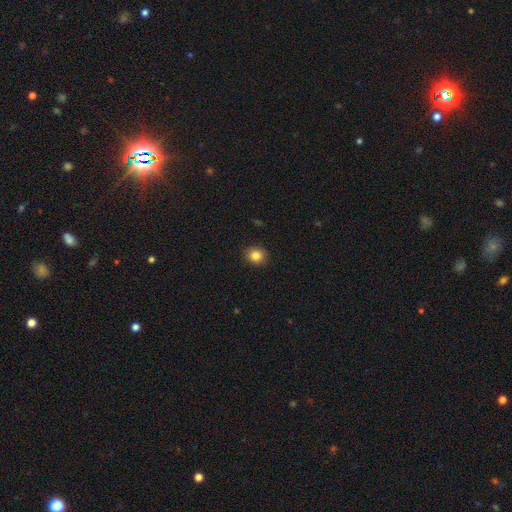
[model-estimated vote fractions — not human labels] Smooth or featured? smooth (84%)
How rounded? round (73%)
Merging? none (89%)